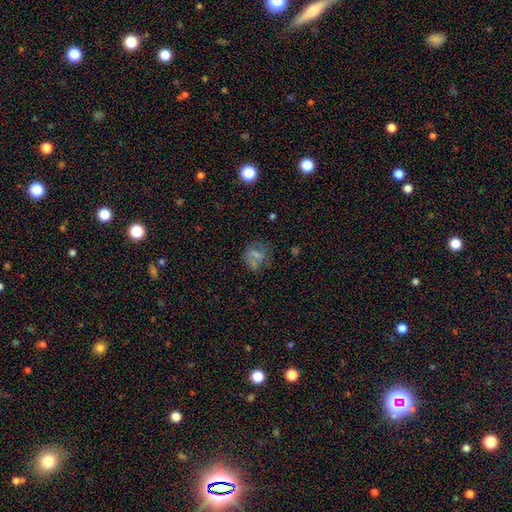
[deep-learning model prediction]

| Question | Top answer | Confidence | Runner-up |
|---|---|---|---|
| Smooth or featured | smooth | 58% | featured or disk (24%) |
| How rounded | round | 69% | in between (29%) |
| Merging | none | 55% | minor disturbance (20%) |